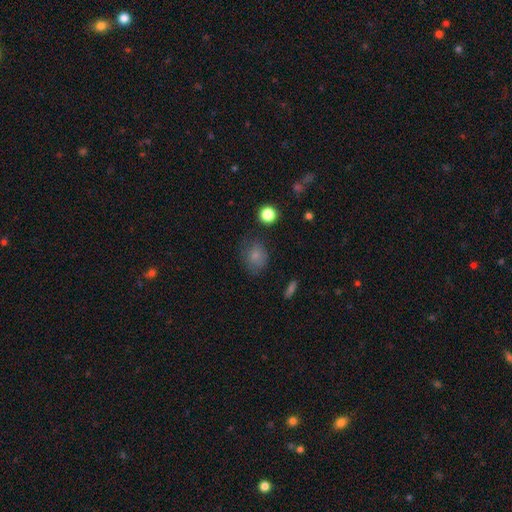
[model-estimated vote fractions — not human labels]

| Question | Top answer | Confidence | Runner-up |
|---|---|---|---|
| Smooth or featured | smooth | 78% | star or artifact (12%) |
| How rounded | round | 54% | in between (45%) |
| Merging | none | 67% | minor disturbance (23%) |